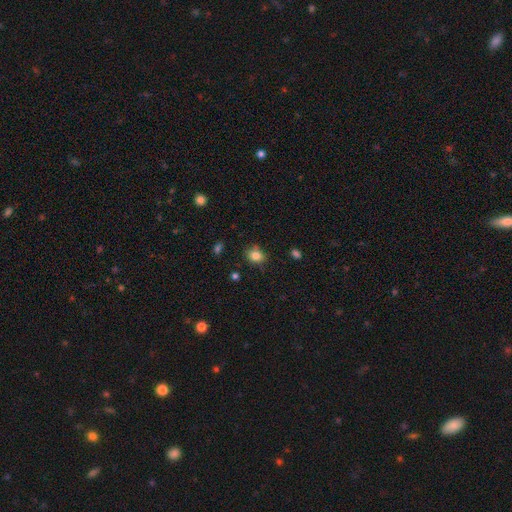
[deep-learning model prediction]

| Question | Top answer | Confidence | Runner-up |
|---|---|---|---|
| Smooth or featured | smooth | 83% | star or artifact (11%) |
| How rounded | round | 65% | in between (34%) |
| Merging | none | 76% | minor disturbance (18%) |